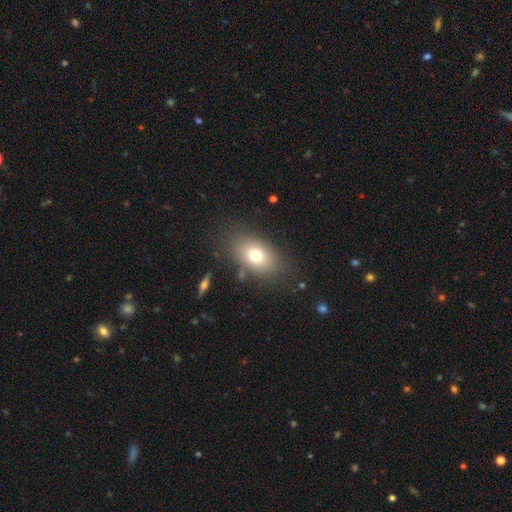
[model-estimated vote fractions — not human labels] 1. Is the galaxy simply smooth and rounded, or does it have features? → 72% smooth, 17% featured or disk, 11% star or artifact.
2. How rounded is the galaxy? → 83% in between, 15% round, 2% cigar-shaped.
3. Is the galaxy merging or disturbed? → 80% none, 12% minor disturbance, 5% major disturbance, 3% merger.